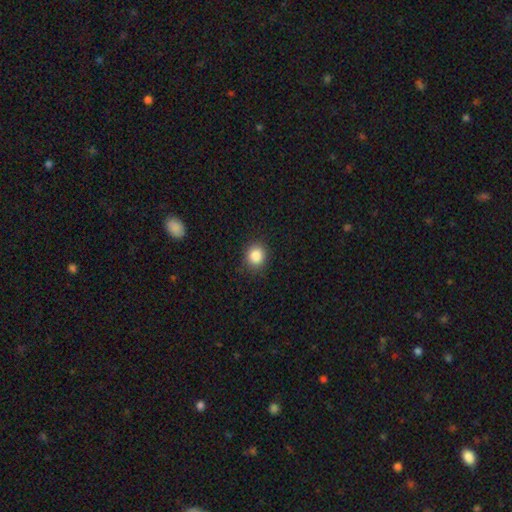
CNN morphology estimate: Smooth or featured: smooth — 86% (star or artifact — 10%)
How rounded: round — 78% (in between — 21%)
Merging: none — 87% (minor disturbance — 10%)